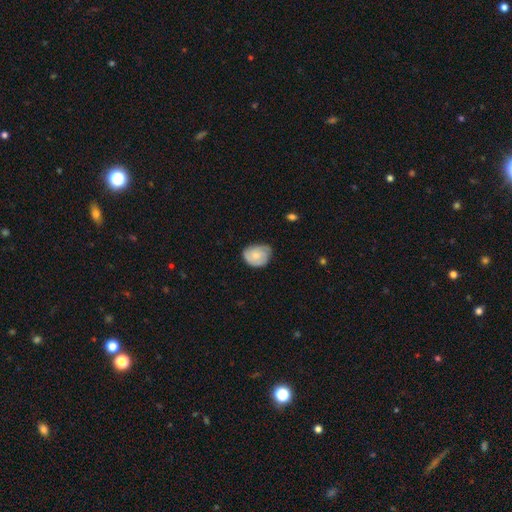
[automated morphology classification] The model was most divided on "how rounded": in between: 54%, round: 45%, cigar-shaped: 1%. More confident: smooth or featured — smooth (59%); merging — none (55%).